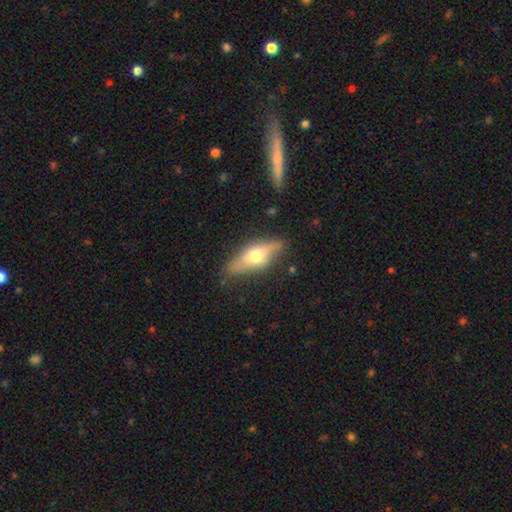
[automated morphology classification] smooth-or-featured: featured or disk: 47% | smooth: 46% | star or artifact: 6%
  merging: none: 78% | minor disturbance: 17% | major disturbance: 4% | merger: 2%